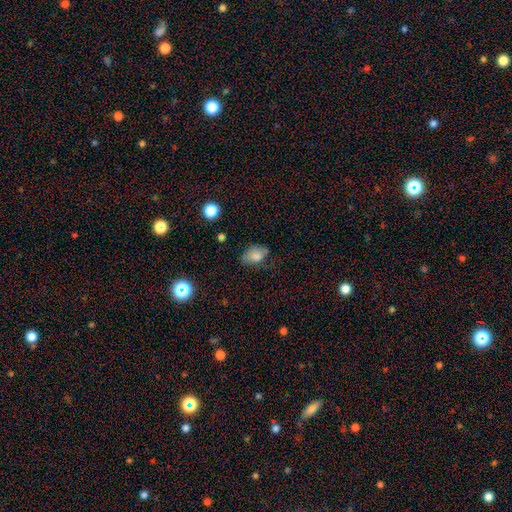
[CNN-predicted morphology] smooth 76%, featured or disk 14%, star or artifact 10%. Down the decision tree: how rounded — in between (88%); merging — none (58%).